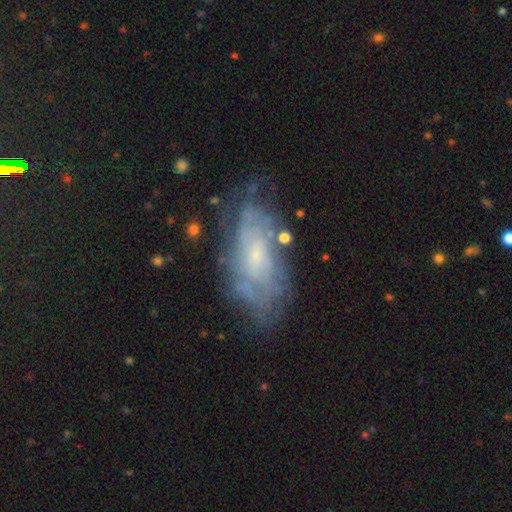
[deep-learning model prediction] Smooth or featured? Predicted: featured or disk (p=0.73). Edge-on disk? Predicted: no (p=0.91). Bar? Predicted: no (p=0.65). Spiral arms? Predicted: yes (p=0.83). Spiral winding? Predicted: tight (p=0.67). Spiral arm count? Predicted: can't tell (p=0.63). Bulge size? Predicted: small (p=0.71). Merging? Predicted: none (p=0.68).